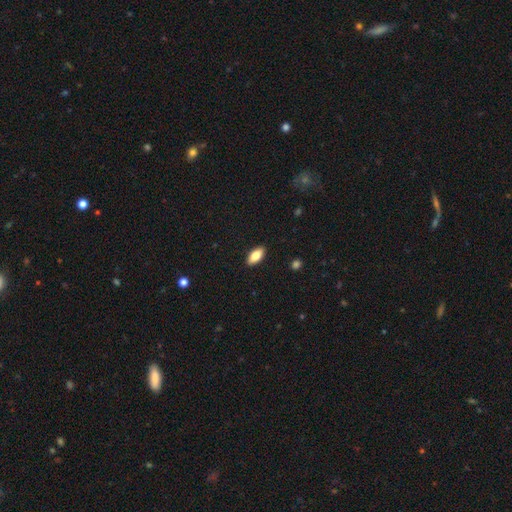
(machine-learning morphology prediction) smooth-or-featured: smooth: 79% | featured or disk: 14% | star or artifact: 7%
  how-rounded: in between: 87% | cigar-shaped: 10% | round: 2%
  merging: none: 90% | minor disturbance: 7% | major disturbance: 2% | merger: 1%